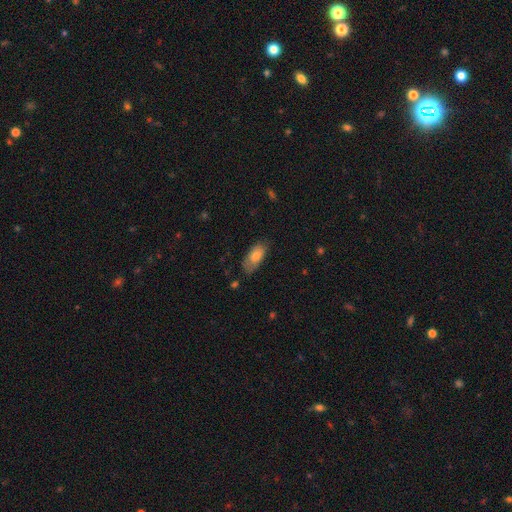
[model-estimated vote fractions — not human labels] A smooth galaxy with no disk features (77%) that is in between round and cigar-shaped (89%).

Vote fractions:
- Smooth or featured? smooth: 77% / featured or disk: 16% / star or artifact: 6%
- How rounded? in between: 89% / cigar-shaped: 8% / round: 3%
- Merging? none: 71% / minor disturbance: 22% / major disturbance: 5% / merger: 2%